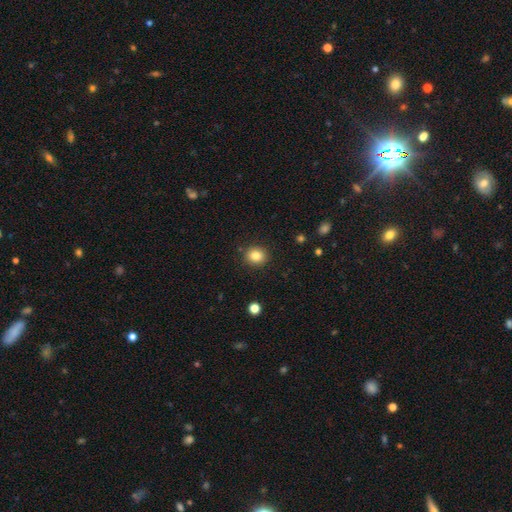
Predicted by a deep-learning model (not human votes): A smooth galaxy with no disk features (84%) that is round (81%).

Vote fractions:
- Smooth or featured? smooth: 84% / star or artifact: 11% / featured or disk: 6%
- How rounded? round: 81% / in between: 18% / cigar-shaped: 1%
- Merging? none: 90% / minor disturbance: 7% / major disturbance: 2% / merger: 1%